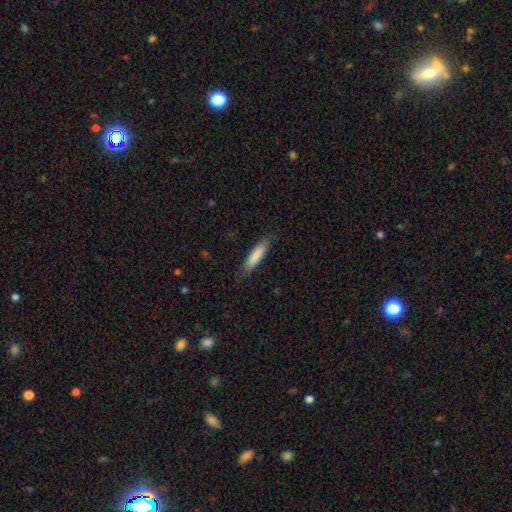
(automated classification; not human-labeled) A smooth galaxy with no disk features (83%) that is cigar-shaped (80%).

Vote fractions:
- Smooth or featured? smooth: 83% / featured or disk: 12% / star or artifact: 6%
- How rounded? cigar-shaped: 80% / in between: 19% / round: 1%
- Merging? none: 83% / minor disturbance: 13% / major disturbance: 3% / merger: 1%